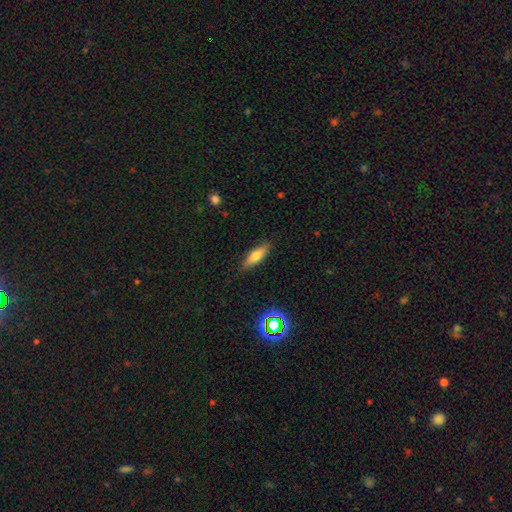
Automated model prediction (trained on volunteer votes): smooth-or-featured: smooth: 72% | featured or disk: 19% | star or artifact: 9%
  how-rounded: in between: 51% | cigar-shaped: 46% | round: 2%
  merging: none: 86% | minor disturbance: 11% | major disturbance: 2% | merger: 1%